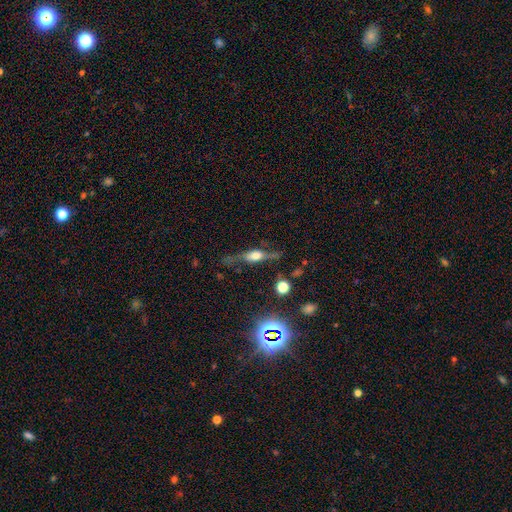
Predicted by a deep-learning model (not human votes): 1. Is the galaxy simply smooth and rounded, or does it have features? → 60% featured or disk, 29% smooth, 10% star or artifact.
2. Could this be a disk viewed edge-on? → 84% yes, 16% no.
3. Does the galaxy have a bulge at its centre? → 81% rounded, 16% boxy, 3% none.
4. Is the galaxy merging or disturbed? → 63% none, 20% minor disturbance, 13% major disturbance, 3% merger.